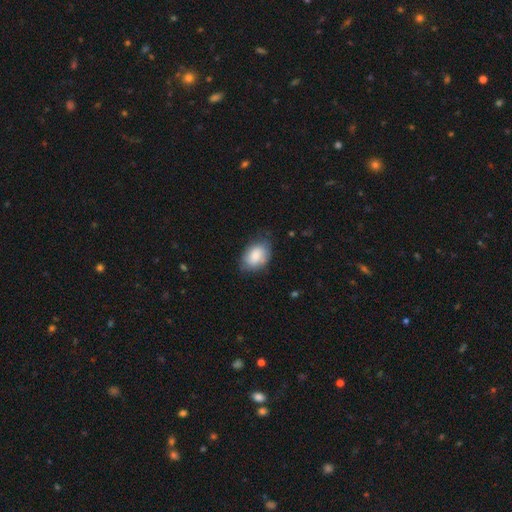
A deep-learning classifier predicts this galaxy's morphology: Q: Smooth or featured?
A: smooth (82%); runner-up: featured or disk (11%)
Q: How rounded?
A: in between (84%); runner-up: round (15%)
Q: Merging?
A: none (65%); runner-up: minor disturbance (27%)